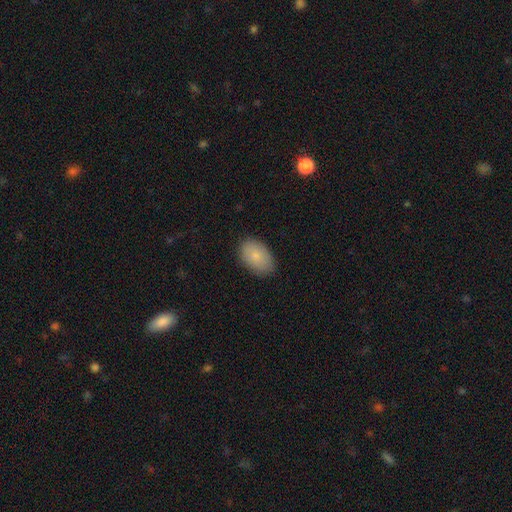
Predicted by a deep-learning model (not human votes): Q: Smooth or featured?
A: smooth (83%); runner-up: featured or disk (10%)
Q: How rounded?
A: in between (90%); runner-up: round (9%)
Q: Merging?
A: none (84%); runner-up: minor disturbance (12%)